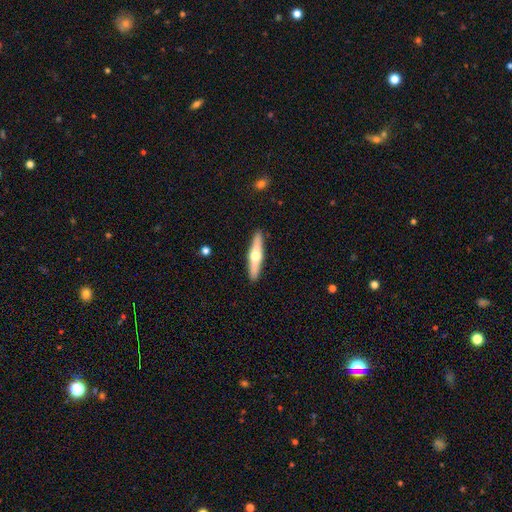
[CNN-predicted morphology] This is possibly a featured or disk galaxy (54%). It is clearly viewed edge-on (93%). Edge-on bulge: clearly rounded (94%). Merging: clearly none (91%).